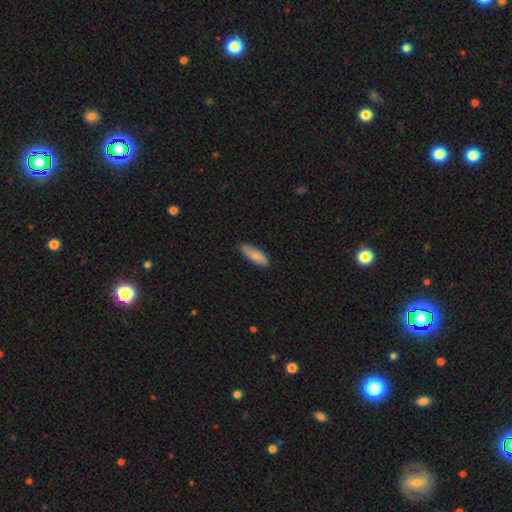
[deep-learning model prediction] Overall: smooth (84%). How rounded: in between (55%; cigar-shaped 43%). Merging: none (81%).